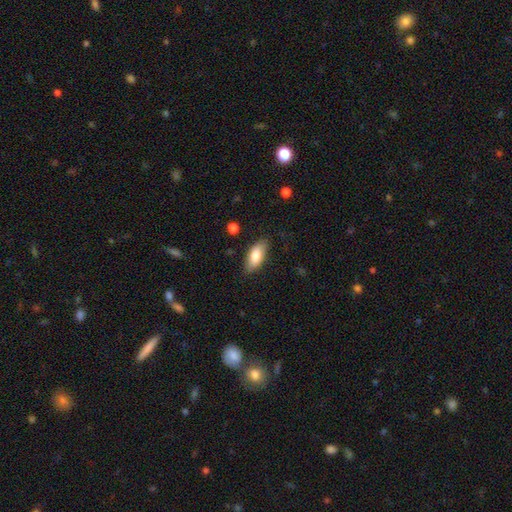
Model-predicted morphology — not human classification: This is likely a smooth galaxy (79%). How rounded: clearly in between (86%). Merging: clearly none (82%).